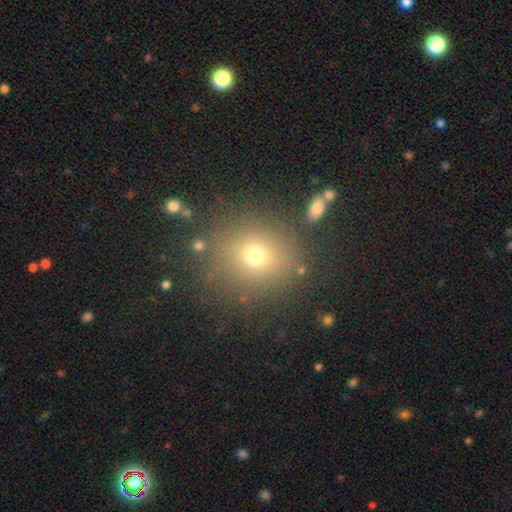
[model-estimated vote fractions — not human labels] The model was most divided on "smooth or featured": smooth: 68%, star or artifact: 19%, featured or disk: 12%. More confident: how rounded — round (83%); merging — none (83%).